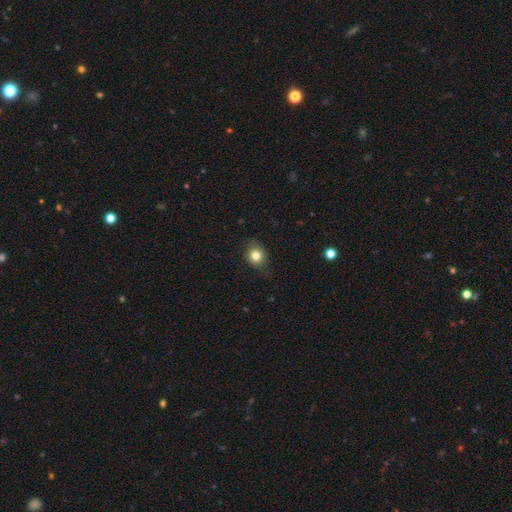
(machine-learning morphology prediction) Smooth or featured?
  - smooth: 80% *
  - star or artifact: 11%
  - featured or disk: 9%
How rounded?
  - round: 65% *
  - in between: 34%
  - cigar-shaped: 1%
Merging?
  - none: 80% *
  - minor disturbance: 15%
  - major disturbance: 3%
  - merger: 1%